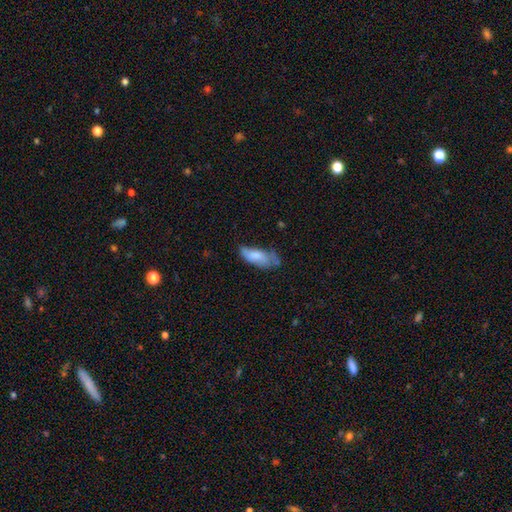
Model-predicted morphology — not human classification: A smooth galaxy with no disk features (69%) that is in between round and cigar-shaped (79%). Merging: minor disturbance (36%).